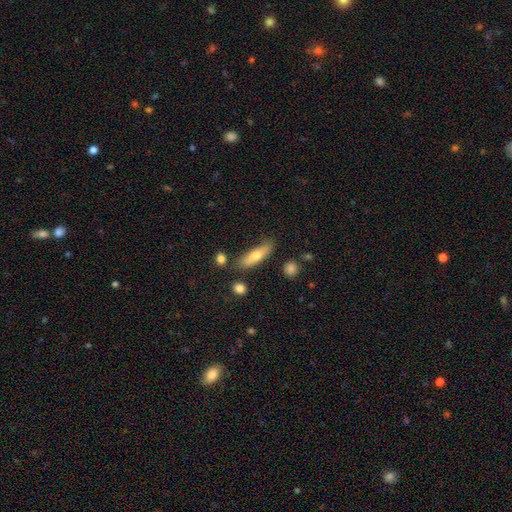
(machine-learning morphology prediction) The model was most divided on "how rounded": cigar-shaped: 56%, in between: 41%, round: 3%. More confident: merging — none (74%); smooth or featured — smooth (67%).